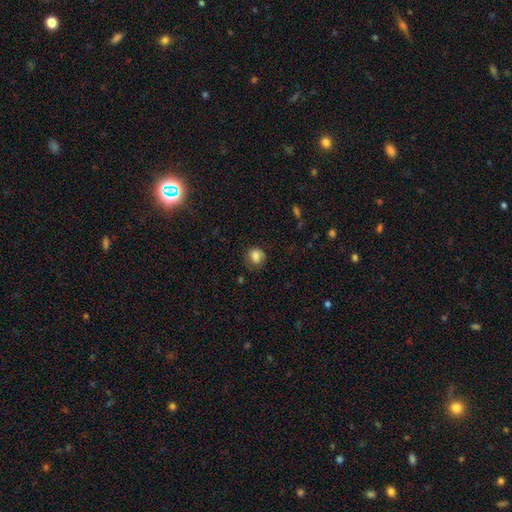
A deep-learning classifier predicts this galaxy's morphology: Overall: smooth (79%). How rounded: round (67%; in between 32%). Merging: none (65%).